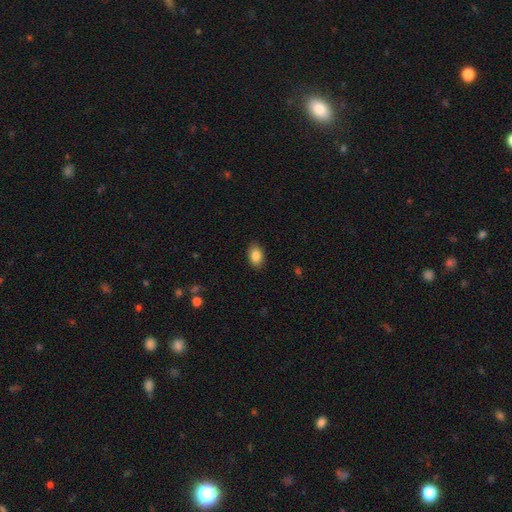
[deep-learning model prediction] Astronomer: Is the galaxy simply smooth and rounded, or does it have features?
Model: smooth — 87%.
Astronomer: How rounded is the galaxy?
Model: in between — 87%.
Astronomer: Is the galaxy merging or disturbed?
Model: none — 88%.